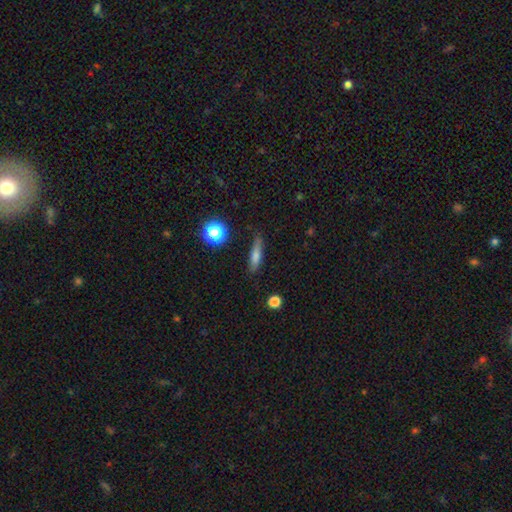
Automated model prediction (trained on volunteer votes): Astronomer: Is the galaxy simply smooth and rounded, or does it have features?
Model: smooth — 68%.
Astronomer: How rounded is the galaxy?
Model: cigar-shaped — 73%.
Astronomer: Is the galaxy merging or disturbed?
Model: none — 77%.